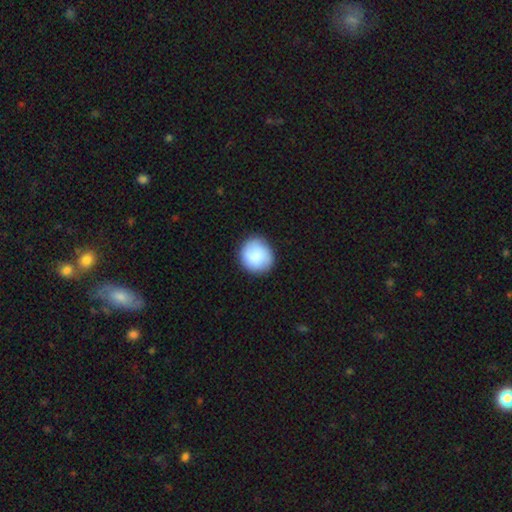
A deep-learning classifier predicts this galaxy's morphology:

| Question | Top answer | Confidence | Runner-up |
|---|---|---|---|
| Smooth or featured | smooth | 87% | featured or disk (7%) |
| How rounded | round | 89% | in between (10%) |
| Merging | none | 86% | minor disturbance (10%) |